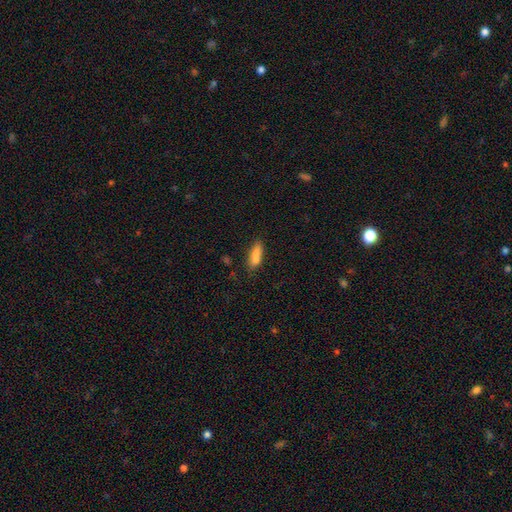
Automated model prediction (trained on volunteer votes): Q: Smooth or featured?
A: smooth (80%); runner-up: featured or disk (11%)
Q: How rounded?
A: in between (51%); runner-up: cigar-shaped (46%)
Q: Merging?
A: none (62%); runner-up: minor disturbance (17%)